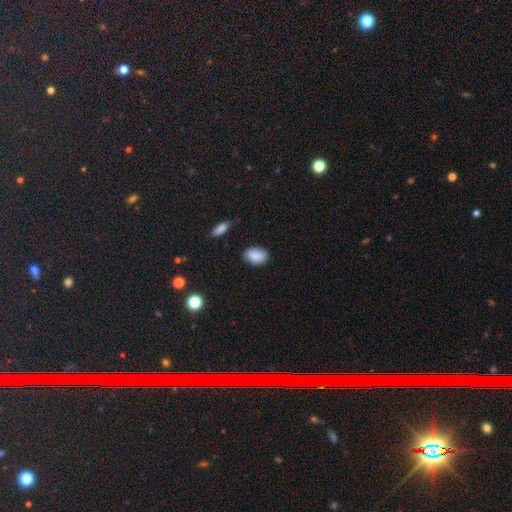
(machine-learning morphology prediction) A smooth galaxy with no disk features (88%) that is in between round and cigar-shaped (88%). Merging: none (81%).